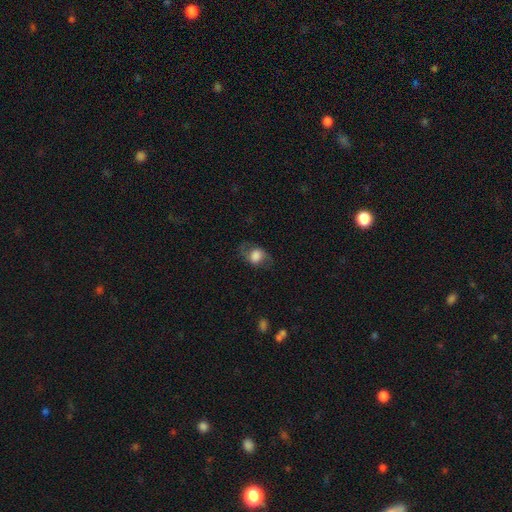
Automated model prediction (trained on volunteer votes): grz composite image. It shows a smooth galaxy with no disk features (59%) that is in between round and cigar-shaped (57%). Merging: none (64%).